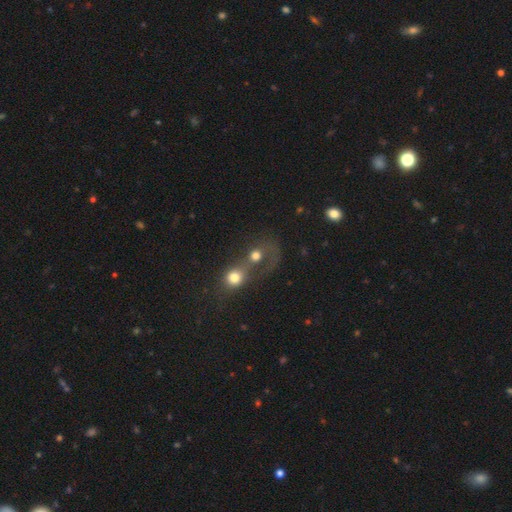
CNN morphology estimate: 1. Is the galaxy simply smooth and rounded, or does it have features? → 66% smooth, 20% featured or disk, 14% star or artifact.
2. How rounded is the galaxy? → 74% round, 24% in between, 1% cigar-shaped.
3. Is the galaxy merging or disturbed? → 71% merger, 15% none, 9% major disturbance, 5% minor disturbance.